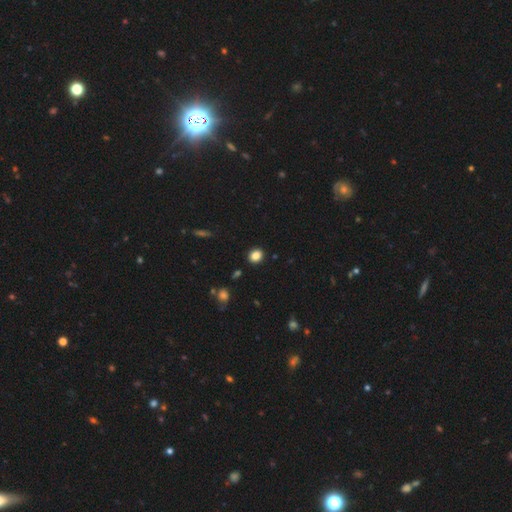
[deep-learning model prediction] Smooth or featured?
  - smooth: 85% *
  - star or artifact: 10%
  - featured or disk: 4%
How rounded?
  - round: 61% *
  - in between: 38%
  - cigar-shaped: 1%
Merging?
  - none: 90% *
  - minor disturbance: 7%
  - major disturbance: 2%
  - merger: 2%